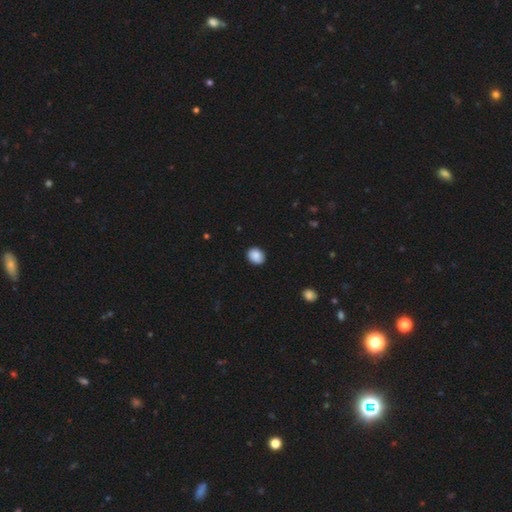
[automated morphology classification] A smooth galaxy with no disk features (88%) that is in between round and cigar-shaped (53%). Merging: none (89%).